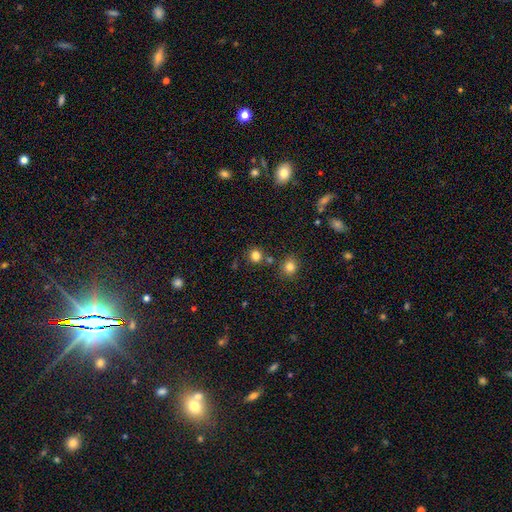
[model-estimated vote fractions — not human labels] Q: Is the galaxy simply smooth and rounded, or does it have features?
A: smooth — 81%.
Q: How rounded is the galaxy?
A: round — 88%.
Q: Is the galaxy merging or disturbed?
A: none — 78%.